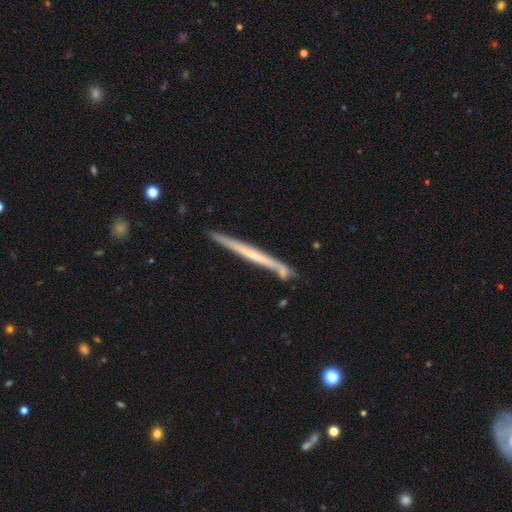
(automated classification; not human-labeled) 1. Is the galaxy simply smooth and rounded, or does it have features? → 62% featured or disk, 32% smooth, 6% star or artifact.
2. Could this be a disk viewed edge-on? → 96% yes, 4% no.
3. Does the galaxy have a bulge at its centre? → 74% none, 21% rounded, 6% boxy.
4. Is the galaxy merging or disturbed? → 82% none, 11% minor disturbance, 5% merger, 2% major disturbance.